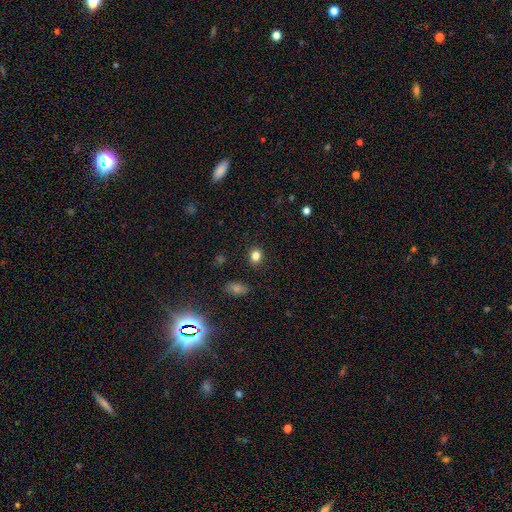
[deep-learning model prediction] smooth 82%, star or artifact 12%, featured or disk 6%. Down the decision tree: how rounded — round (57%); merging — none (89%).